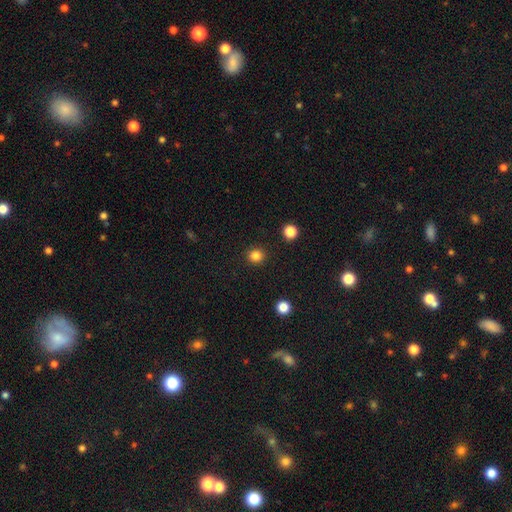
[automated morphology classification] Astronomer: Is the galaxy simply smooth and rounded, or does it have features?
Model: smooth — 84%.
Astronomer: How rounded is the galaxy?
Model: round — 88%.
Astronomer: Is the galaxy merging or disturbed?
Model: none — 92%.